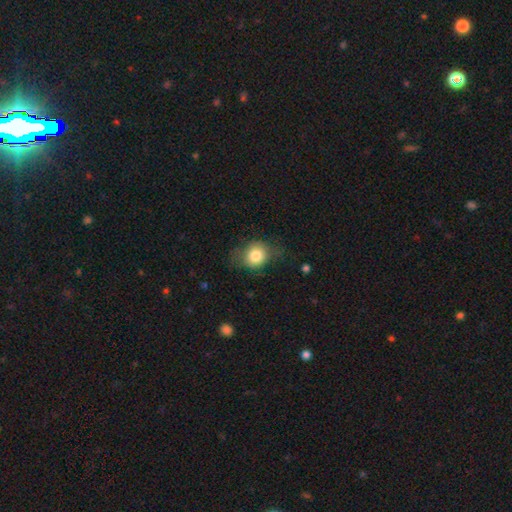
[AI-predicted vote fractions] This is likely a smooth galaxy (80%). How rounded: likely round (63%). Merging: possibly none (59%).